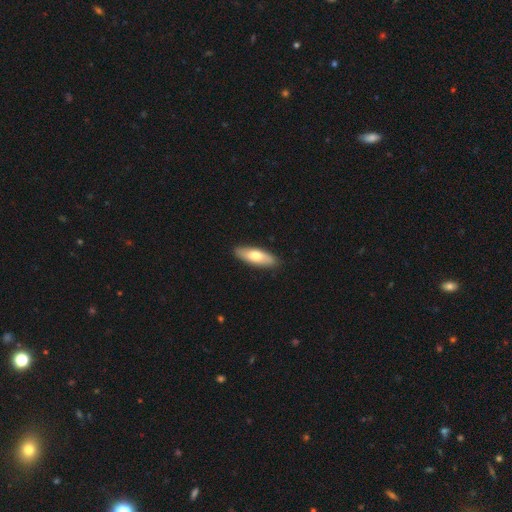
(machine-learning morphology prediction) The model was most divided on "how rounded": in between: 62%, cigar-shaped: 36%, round: 2%. More confident: merging — none (89%); smooth or featured — smooth (68%).